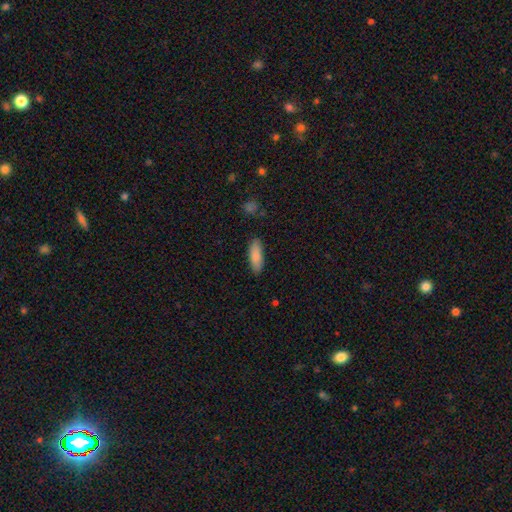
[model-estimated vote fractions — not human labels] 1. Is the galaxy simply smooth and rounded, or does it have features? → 86% smooth, 8% featured or disk, 6% star or artifact.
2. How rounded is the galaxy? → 58% in between, 41% cigar-shaped, 2% round.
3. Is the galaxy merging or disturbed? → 86% none, 11% minor disturbance, 2% major disturbance, 1% merger.